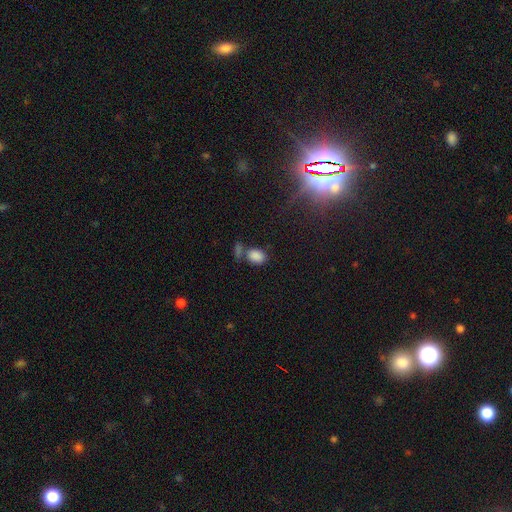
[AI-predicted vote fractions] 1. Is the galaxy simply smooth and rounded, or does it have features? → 84% smooth, 11% star or artifact, 5% featured or disk.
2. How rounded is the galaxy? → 81% in between, 17% round, 2% cigar-shaped.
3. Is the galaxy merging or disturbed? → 54% none, 26% merger, 14% minor disturbance, 6% major disturbance.